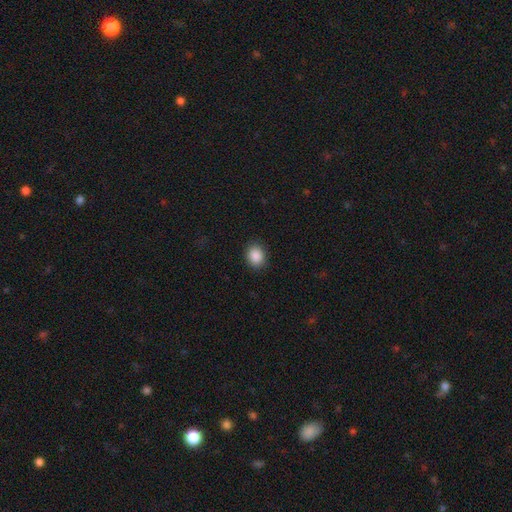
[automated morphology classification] A smooth galaxy with no disk features (89%) that is round (59%).

Vote fractions:
- Smooth or featured? smooth: 89% / star or artifact: 8% / featured or disk: 3%
- How rounded? round: 59% / in between: 40% / cigar-shaped: 1%
- Merging? none: 89% / minor disturbance: 8% / major disturbance: 2% / merger: 1%